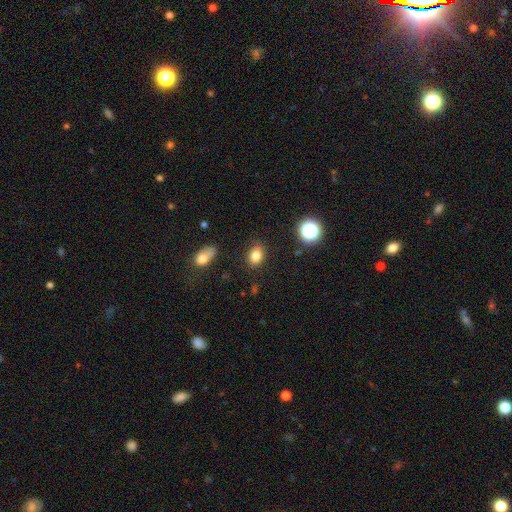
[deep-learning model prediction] This appears to be a smooth galaxy with no disk features (81%) that is in between round and cigar-shaped (67%). Merging: none (80%).